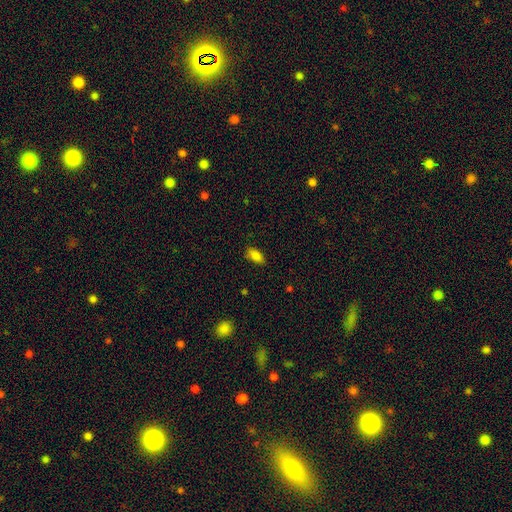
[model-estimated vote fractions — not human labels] This appears to be a smooth galaxy with no disk features (85%) that is in between round and cigar-shaped (88%). Merging: none (84%).